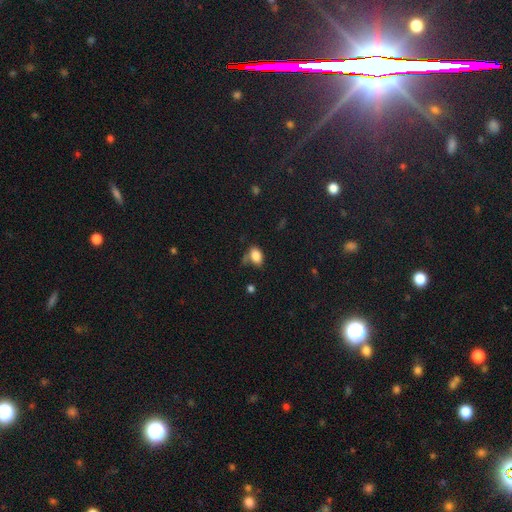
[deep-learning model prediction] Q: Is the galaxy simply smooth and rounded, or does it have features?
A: smooth — 84%.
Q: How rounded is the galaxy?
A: in between — 85%.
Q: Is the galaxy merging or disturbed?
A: none — 51%.